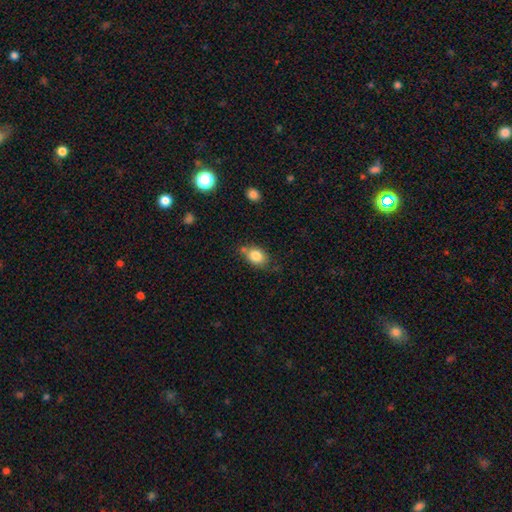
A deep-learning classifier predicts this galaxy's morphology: A smooth galaxy with no disk features (83%) that is in between round and cigar-shaped (66%).

Vote fractions:
- Smooth or featured? smooth: 83% / featured or disk: 9% / star or artifact: 9%
- How rounded? in between: 66% / round: 33% / cigar-shaped: 1%
- Merging? none: 63% / minor disturbance: 20% / merger: 12% / major disturbance: 5%